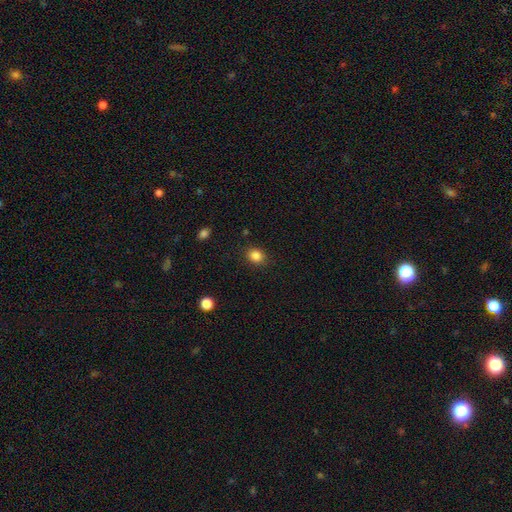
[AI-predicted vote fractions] This appears to be a smooth galaxy with no disk features (85%) that is round (67%). Merging: none (86%).